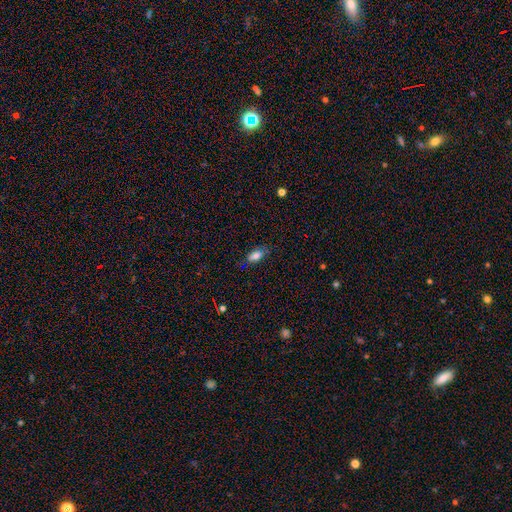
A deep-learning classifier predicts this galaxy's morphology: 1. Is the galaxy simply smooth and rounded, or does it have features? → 78% smooth, 11% star or artifact, 10% featured or disk.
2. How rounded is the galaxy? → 85% in between, 10% cigar-shaped, 6% round.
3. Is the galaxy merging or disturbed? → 73% none, 20% minor disturbance, 4% major disturbance, 3% merger.